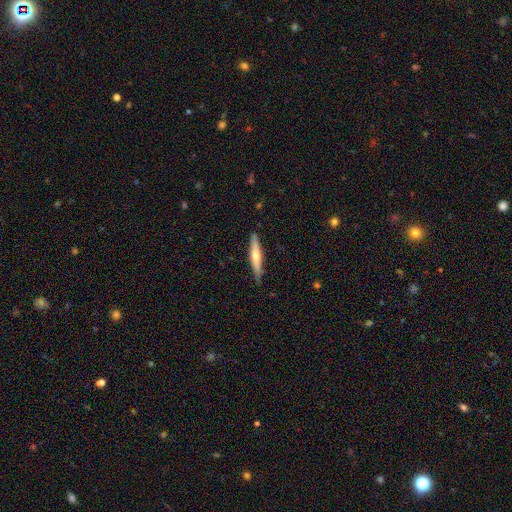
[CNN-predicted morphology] Smooth or featured?
  - featured or disk: 48% *
  - smooth: 46%
  - star or artifact: 5%
Merging?
  - none: 82% *
  - minor disturbance: 14%
  - major disturbance: 2%
  - merger: 1%